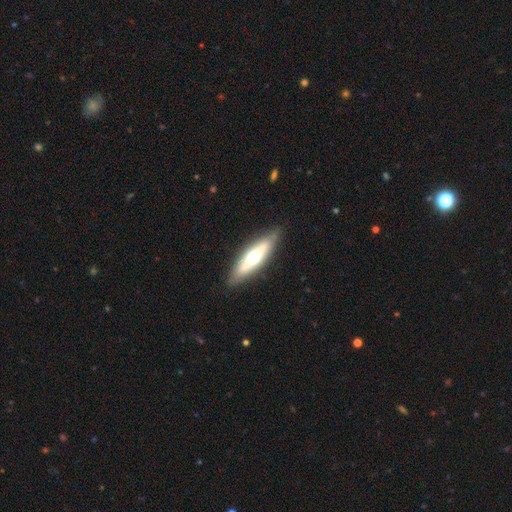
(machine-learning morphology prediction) smooth-or-featured: featured or disk: 48% | smooth: 46% | star or artifact: 6%
  merging: none: 86% | minor disturbance: 11% | major disturbance: 2% | merger: 1%